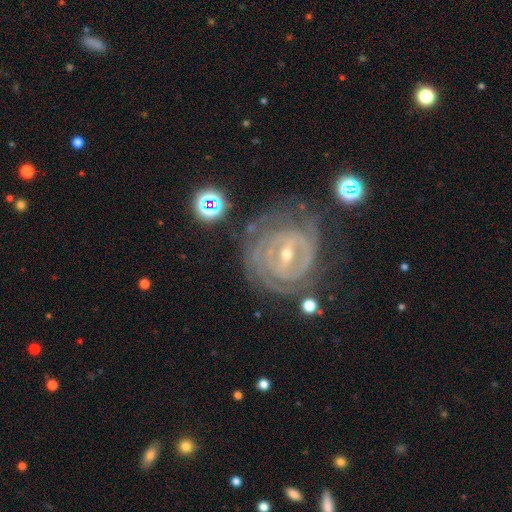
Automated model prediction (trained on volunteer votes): featured or disk 86%, star or artifact 8%, smooth 7%. Down the decision tree: edge-on disk — no (96%); bar — weak (43%); spiral arms — yes (95%); spiral arm count — 2 (30%); spiral winding — tight (80%); bulge size — small (67%); merging — none (70%).